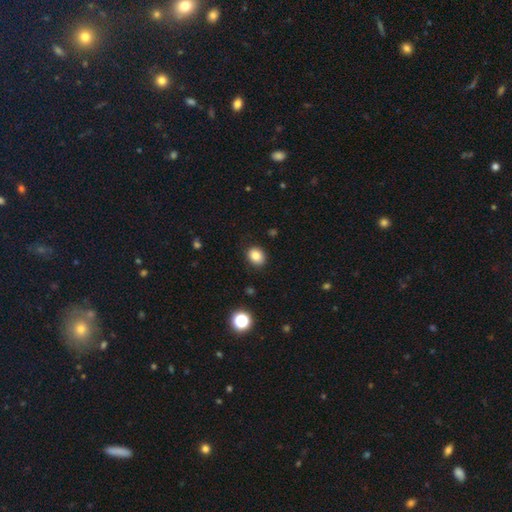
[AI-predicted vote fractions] Smooth or featured?
  - smooth: 84% *
  - star or artifact: 10%
  - featured or disk: 5%
How rounded?
  - round: 52% *
  - in between: 48%
  - cigar-shaped: 1%
Merging?
  - none: 88% *
  - minor disturbance: 9%
  - major disturbance: 2%
  - merger: 1%